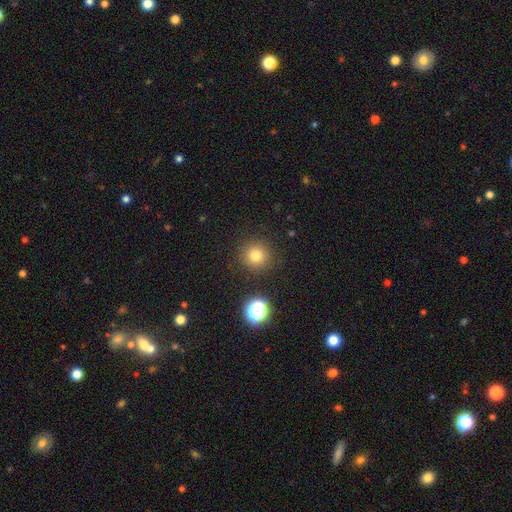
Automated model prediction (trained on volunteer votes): This appears to be a smooth galaxy with no disk features (77%) that is round (95%). Merging: none (89%).